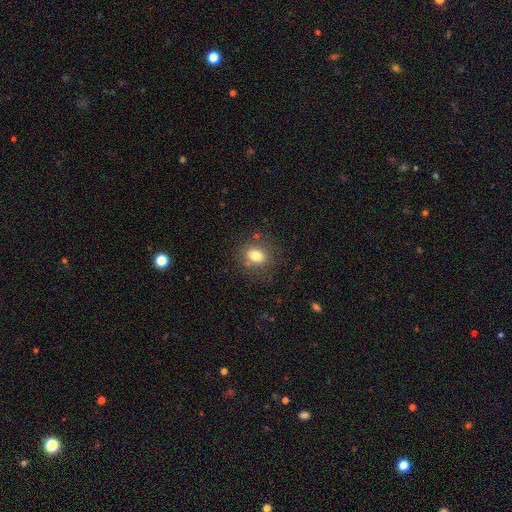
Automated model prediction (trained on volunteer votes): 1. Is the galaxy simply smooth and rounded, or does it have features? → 79% smooth, 11% star or artifact, 10% featured or disk.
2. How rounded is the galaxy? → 55% in between, 44% round, 1% cigar-shaped.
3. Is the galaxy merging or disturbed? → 79% none, 13% minor disturbance, 5% major disturbance, 3% merger.